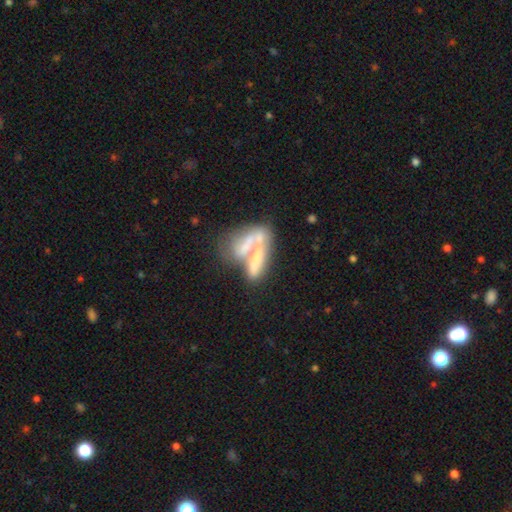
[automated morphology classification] This is possibly a featured or disk galaxy (47%). Merging: likely merger (63%).